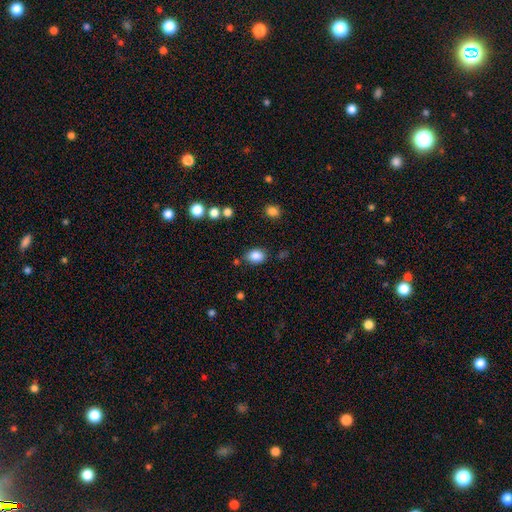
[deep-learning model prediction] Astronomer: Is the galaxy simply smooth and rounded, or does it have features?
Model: smooth — 85%.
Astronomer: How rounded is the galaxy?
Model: in between — 70%.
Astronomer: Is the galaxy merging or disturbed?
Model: none — 78%.